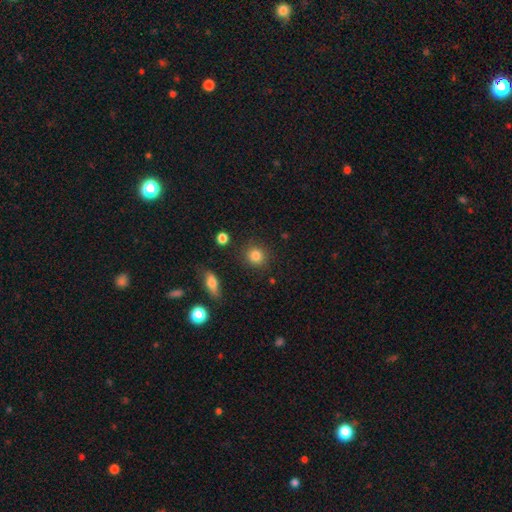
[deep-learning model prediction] Morphology: type=smooth (84%); roundness=round (87%); merging=none (86%).